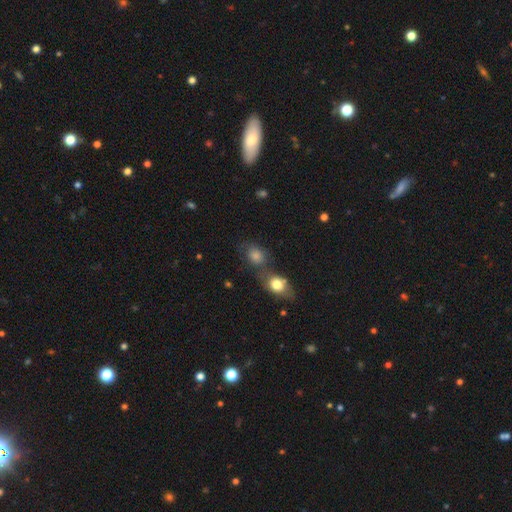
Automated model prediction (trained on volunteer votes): smooth_or_featured: smooth (p=0.69) [alt: star or artifact p=0.17]
how_rounded: in between (p=0.49) [alt: round p=0.48]
merging: none (p=0.45) [alt: merger p=0.37]